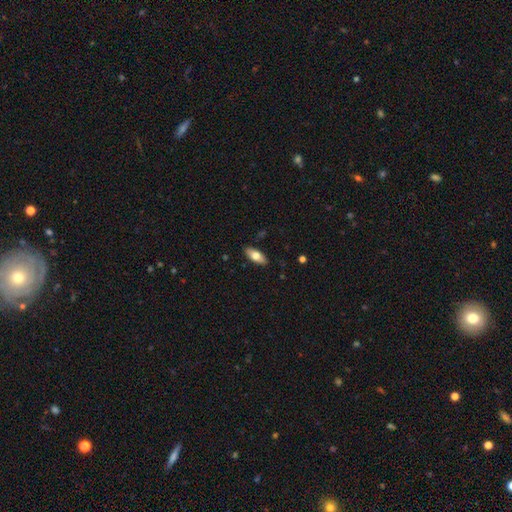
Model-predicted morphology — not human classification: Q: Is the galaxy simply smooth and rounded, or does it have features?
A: smooth — 71%.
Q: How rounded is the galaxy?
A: in between — 82%.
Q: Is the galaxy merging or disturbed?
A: none — 88%.